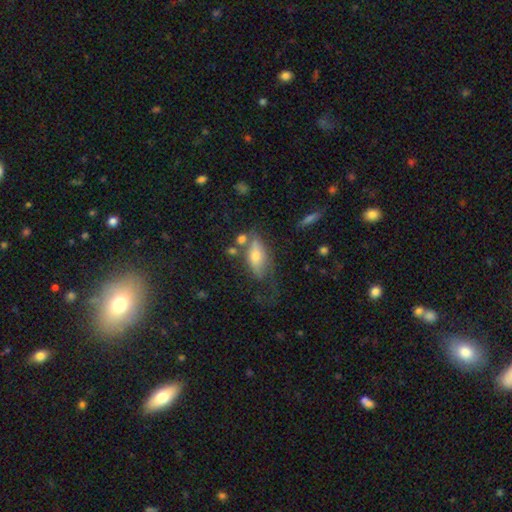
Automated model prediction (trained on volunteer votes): Smooth or featured?
  - smooth: 58% *
  - featured or disk: 33%
  - star or artifact: 9%
How rounded?
  - in between: 82% *
  - cigar-shaped: 14%
  - round: 4%
Merging?
  - none: 37% *
  - minor disturbance: 26%
  - major disturbance: 24%
  - merger: 13%